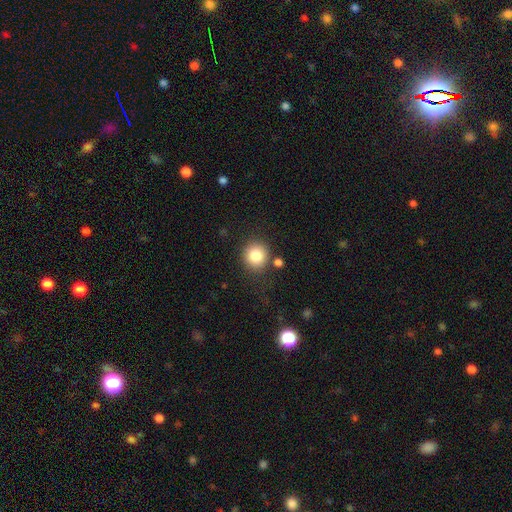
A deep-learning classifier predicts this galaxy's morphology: Q: Smooth or featured?
A: smooth (84%); runner-up: star or artifact (10%)
Q: How rounded?
A: round (90%); runner-up: in between (9%)
Q: Merging?
A: none (81%); runner-up: minor disturbance (10%)